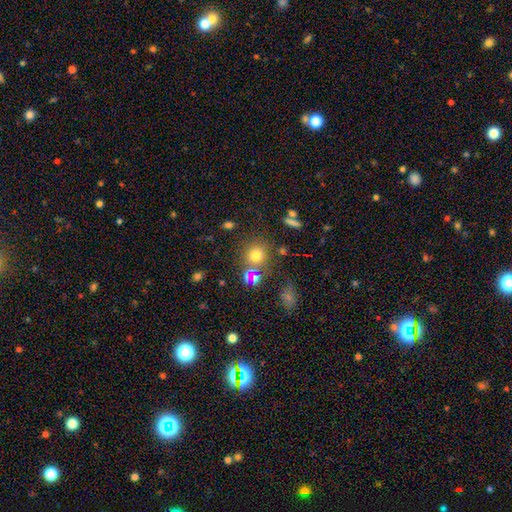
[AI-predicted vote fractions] Smooth or featured? smooth (68%)
How rounded? round (84%)
Merging? none (69%)